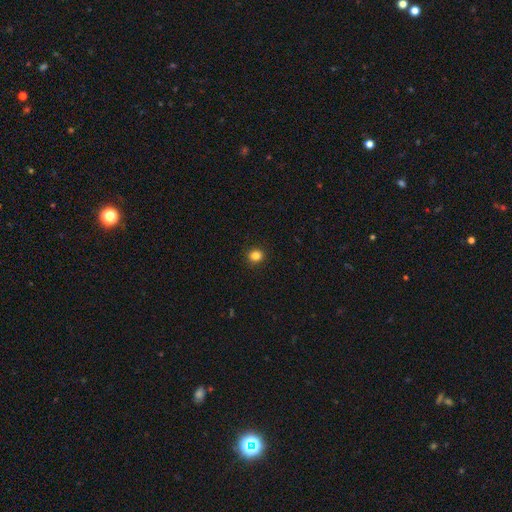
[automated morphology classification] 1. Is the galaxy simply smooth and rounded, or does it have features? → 84% smooth, 12% star or artifact, 4% featured or disk.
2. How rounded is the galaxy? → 86% round, 13% in between, 1% cigar-shaped.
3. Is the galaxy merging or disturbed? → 92% none, 5% minor disturbance, 2% major disturbance, 1% merger.